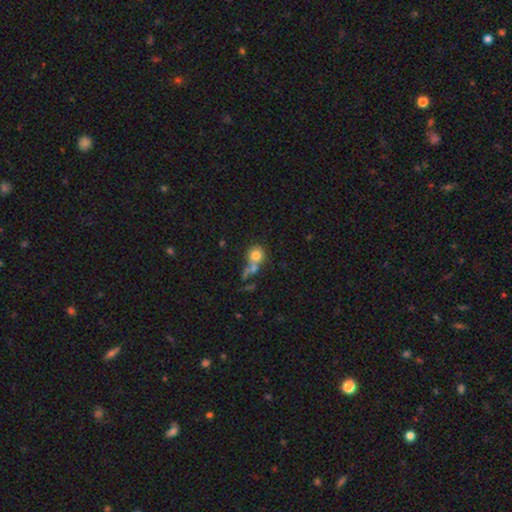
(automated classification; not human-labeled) Smooth or featured: smooth — 75% (featured or disk — 13%)
How rounded: round — 85% (in between — 14%)
Merging: none — 43% (merger — 38%)